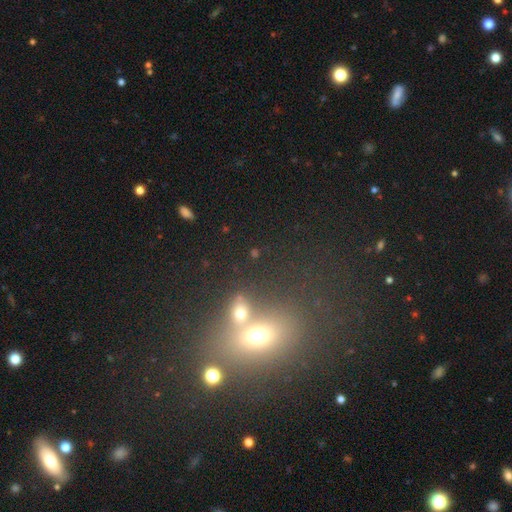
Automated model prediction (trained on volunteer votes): Morphology: type=smooth (53%); roundness=in between (58%); merging=none (43%).